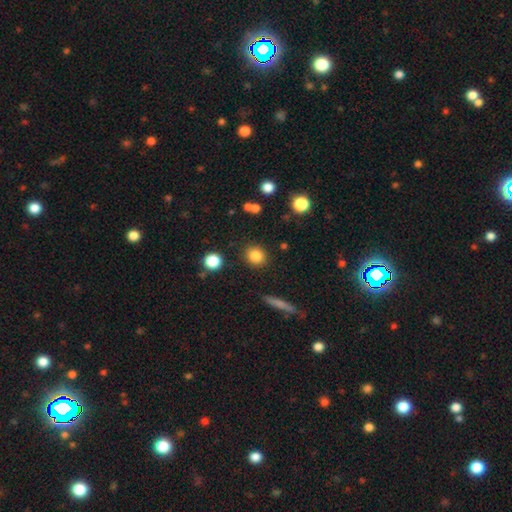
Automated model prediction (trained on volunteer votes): A smooth galaxy with no disk features (83%) that is round (82%). Merging: none (88%).